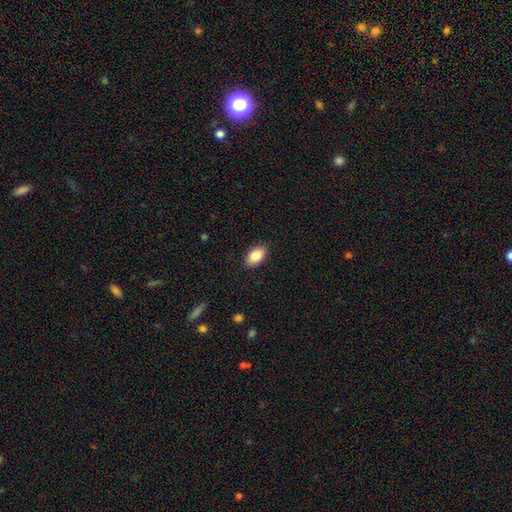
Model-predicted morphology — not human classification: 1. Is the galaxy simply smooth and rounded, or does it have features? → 84% smooth, 9% featured or disk, 7% star or artifact.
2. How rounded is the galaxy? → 92% in between, 6% round, 2% cigar-shaped.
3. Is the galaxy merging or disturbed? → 87% none, 10% minor disturbance, 2% major disturbance, 1% merger.